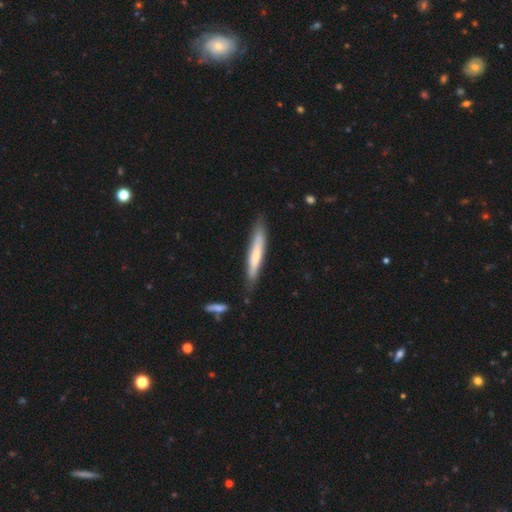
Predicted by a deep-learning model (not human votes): smooth_or_featured: smooth (p=0.57) [alt: featured or disk p=0.38]
how_rounded: cigar-shaped (p=0.92) [alt: in between p=0.07]
merging: none (p=0.81) [alt: minor disturbance p=0.14]